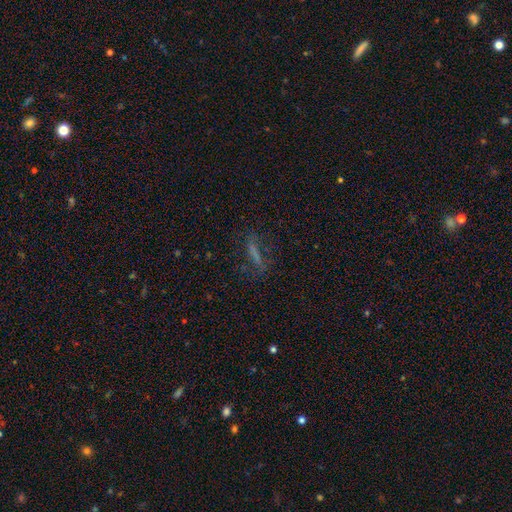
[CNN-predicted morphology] A smooth galaxy with no disk features (38%). Merging: none (73%).